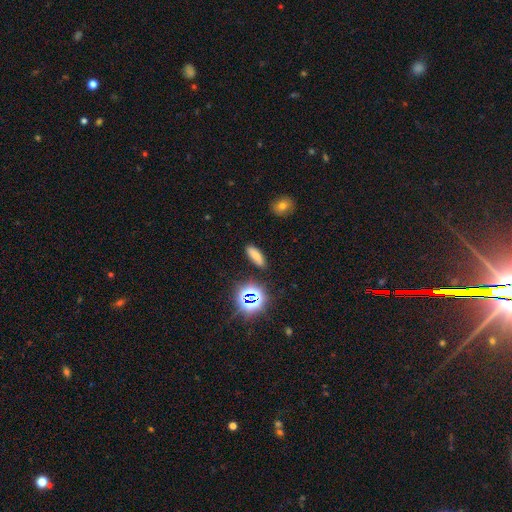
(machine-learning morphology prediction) A smooth galaxy with no disk features (68%) that is in between round and cigar-shaped (58%). Merging: none (85%).